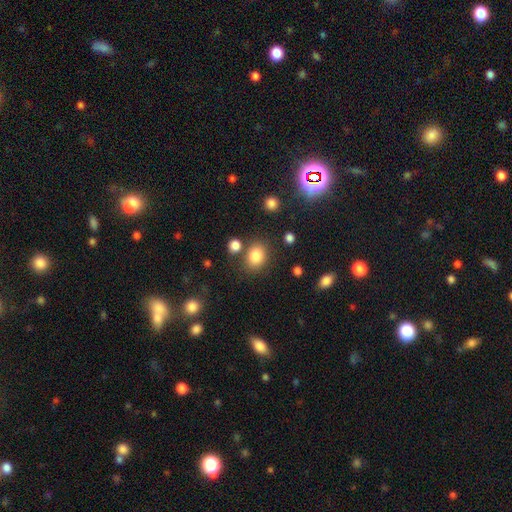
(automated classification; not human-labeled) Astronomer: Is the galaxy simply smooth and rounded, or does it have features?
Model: smooth — 83%.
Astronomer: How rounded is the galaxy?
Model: round — 50% (runner-up: in between, 49%).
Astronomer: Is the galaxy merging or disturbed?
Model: none — 75%.